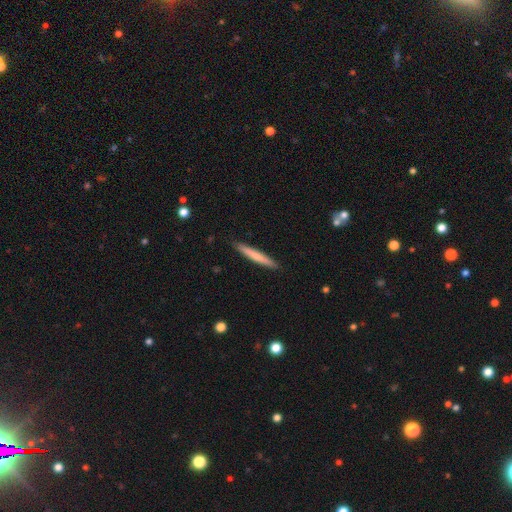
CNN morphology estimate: Smooth or featured: smooth — 69% (featured or disk — 25%)
How rounded: cigar-shaped — 96% (in between — 3%)
Merging: none — 91% (minor disturbance — 7%)